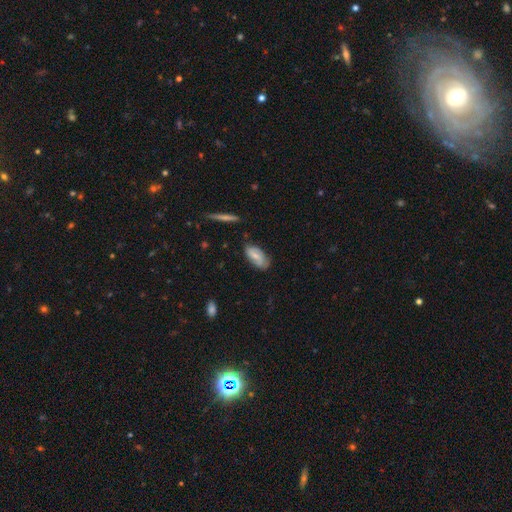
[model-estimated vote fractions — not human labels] smooth 62%, featured or disk 30%, star or artifact 7%. Down the decision tree: how rounded — in between (90%); merging — none (67%).